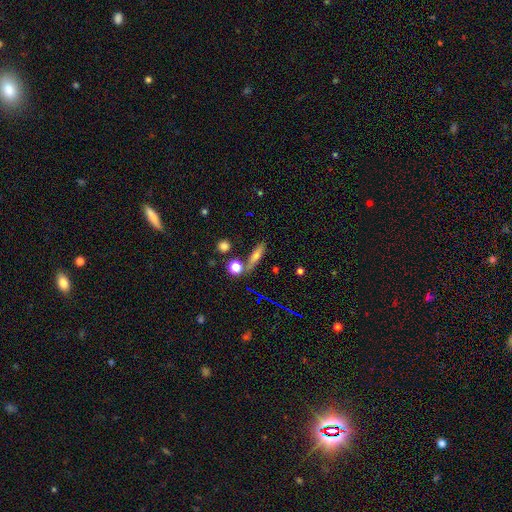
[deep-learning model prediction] A smooth galaxy with no disk features (58%) that is cigar-shaped (65%).

Vote fractions:
- Smooth or featured? smooth: 58% / featured or disk: 27% / star or artifact: 15%
- How rounded? cigar-shaped: 65% / in between: 27% / round: 8%
- Merging? none: 71% / minor disturbance: 13% / merger: 11% / major disturbance: 5%